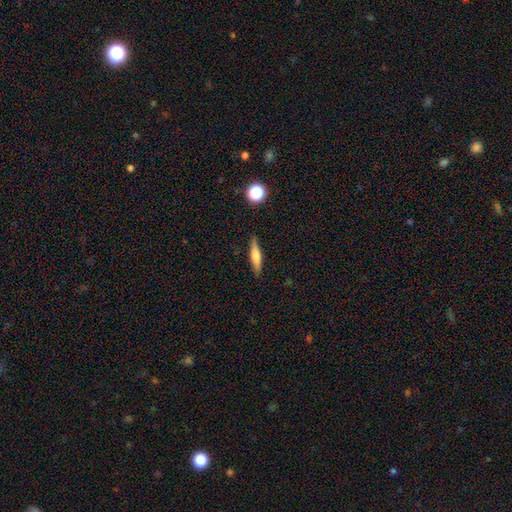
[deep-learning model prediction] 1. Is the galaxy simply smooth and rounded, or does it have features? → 58% smooth, 35% featured or disk, 7% star or artifact.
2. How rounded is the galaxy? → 81% cigar-shaped, 17% in between, 2% round.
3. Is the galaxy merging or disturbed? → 85% none, 11% minor disturbance, 2% major disturbance, 2% merger.